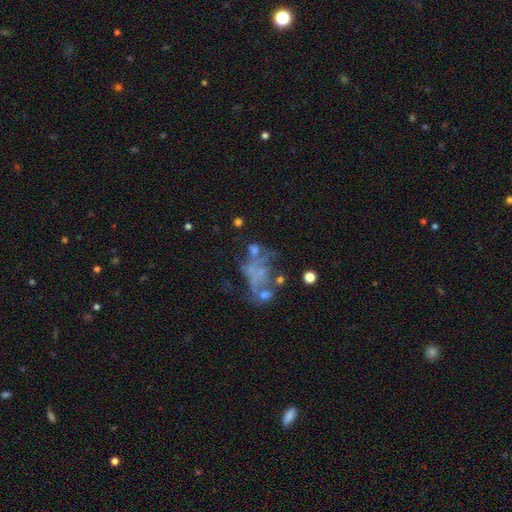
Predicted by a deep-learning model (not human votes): Smooth or featured? featured or disk (58%)
Edge-on disk? no (97%)
Bar? no (92%)
Spiral arms? no (86%)
Bulge size? none (75%)
Merging? major disturbance (36%)